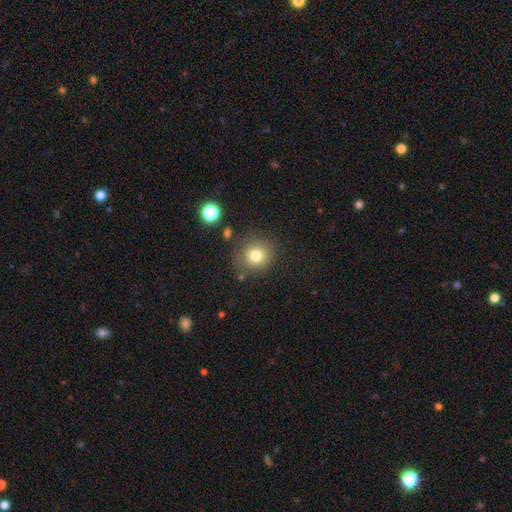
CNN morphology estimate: A smooth galaxy with no disk features (78%) that is round (87%).

Vote fractions:
- Smooth or featured? smooth: 78% / star or artifact: 12% / featured or disk: 10%
- How rounded? round: 87% / in between: 12% / cigar-shaped: 1%
- Merging? none: 80% / minor disturbance: 12% / major disturbance: 4% / merger: 4%